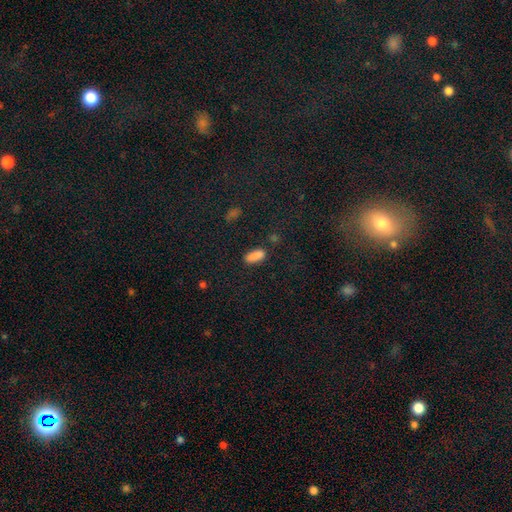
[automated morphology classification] smooth_or_featured: smooth (p=0.87) [alt: star or artifact p=0.09]
how_rounded: in between (p=0.75) [alt: cigar-shaped p=0.22]
merging: none (p=0.81) [alt: minor disturbance p=0.12]